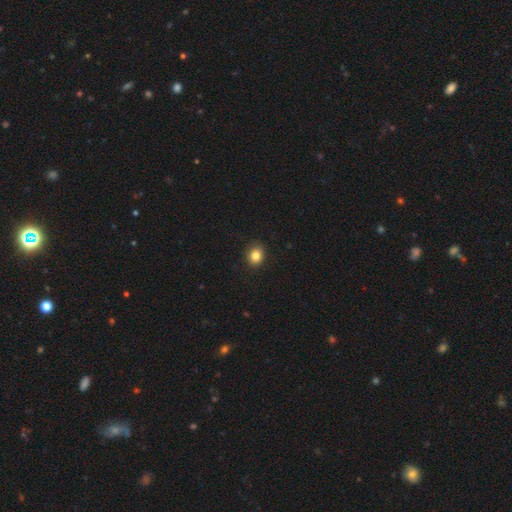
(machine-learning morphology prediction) A smooth galaxy with no disk features (84%) that is round (61%). Merging: none (89%).